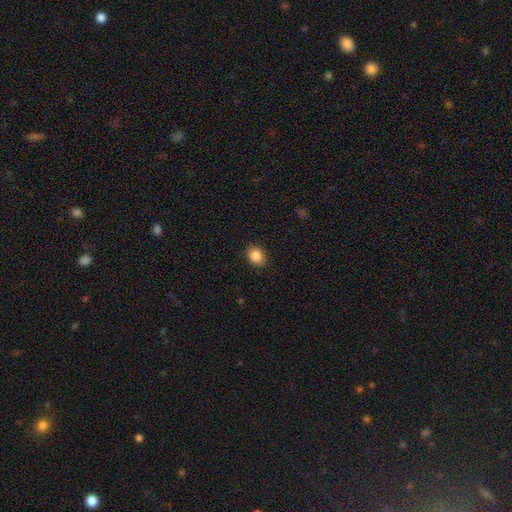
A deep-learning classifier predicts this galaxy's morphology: The model was most divided on "how rounded": in between: 54%, round: 45%, cigar-shaped: 1%. More confident: merging — none (88%); smooth or featured — smooth (87%).